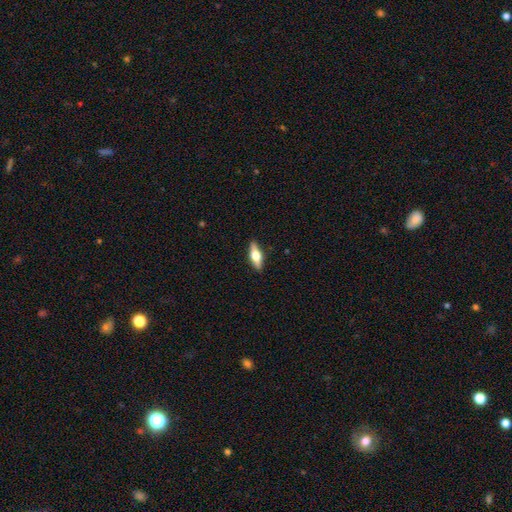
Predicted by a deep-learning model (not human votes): A featured or disk galaxy (54%) viewed edge-on (93%) with a rounded central bulge (95%).

Vote fractions:
- Smooth or featured? featured or disk: 54% / smooth: 40% / star or artifact: 6%
- Edge-on disk? yes: 93% / no: 7%
- Edge-on bulge? rounded: 95% / boxy: 4% / none: 1%
- Merging? none: 89% / minor disturbance: 8% / major disturbance: 2% / merger: 1%